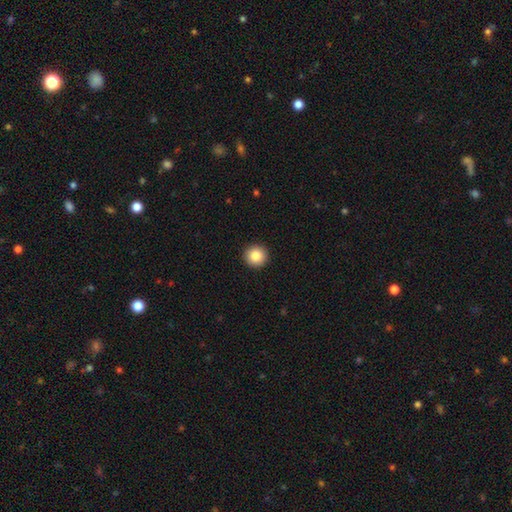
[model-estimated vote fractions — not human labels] This is clearly a smooth galaxy (86%). How rounded: clearly round (95%). Merging: clearly none (93%).